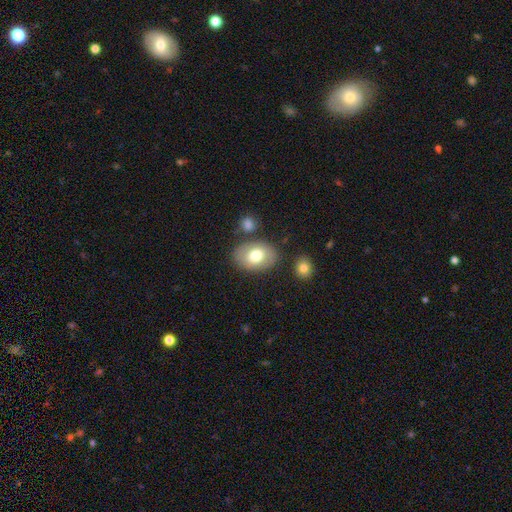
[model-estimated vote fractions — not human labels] smooth 72%, featured or disk 21%, star or artifact 7%. Down the decision tree: how rounded — in between (82%); merging — none (75%).